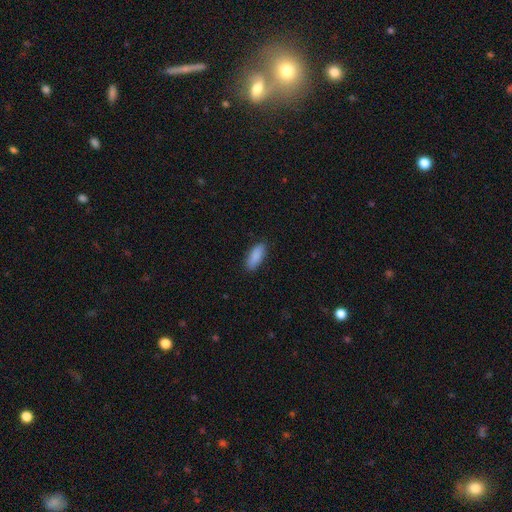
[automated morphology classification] Smooth or featured: smooth — 90% (star or artifact — 6%)
How rounded: in between — 75% (cigar-shaped — 23%)
Merging: none — 88% (minor disturbance — 9%)